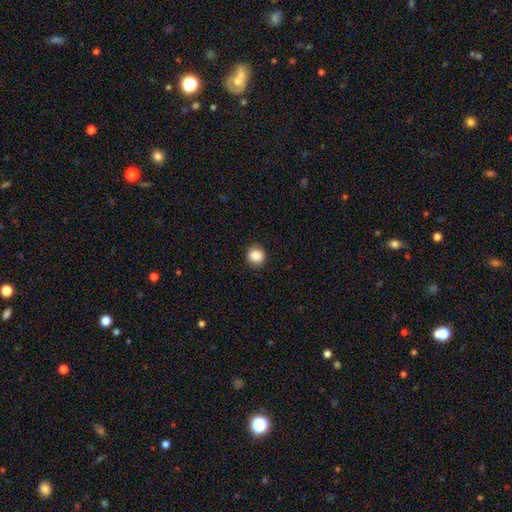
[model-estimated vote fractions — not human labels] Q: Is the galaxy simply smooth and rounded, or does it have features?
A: smooth — 87%.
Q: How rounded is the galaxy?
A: round — 91%.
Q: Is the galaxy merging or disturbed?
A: none — 91%.